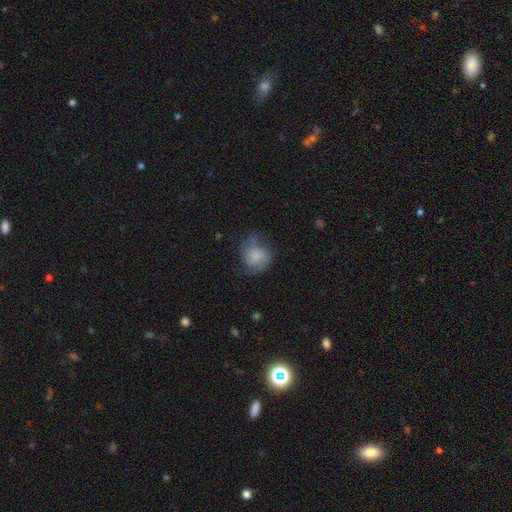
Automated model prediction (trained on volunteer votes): smooth_or_featured: smooth (p=0.56) [alt: featured or disk p=0.36]
how_rounded: round (p=0.79) [alt: in between p=0.20]
merging: none (p=0.53) [alt: minor disturbance p=0.29]